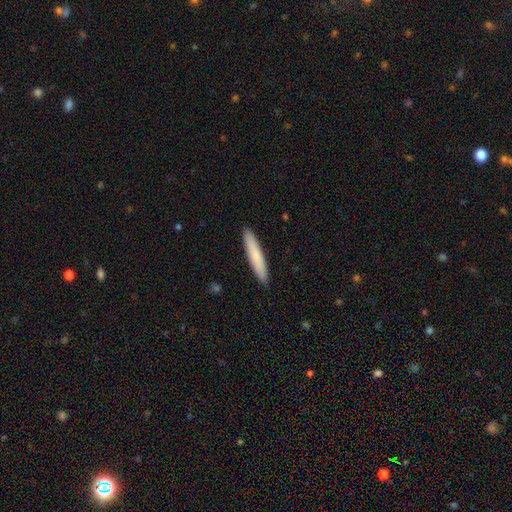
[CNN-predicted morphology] This appears to be a smooth galaxy with no disk features (77%) that is cigar-shaped (92%). Merging: none (92%).